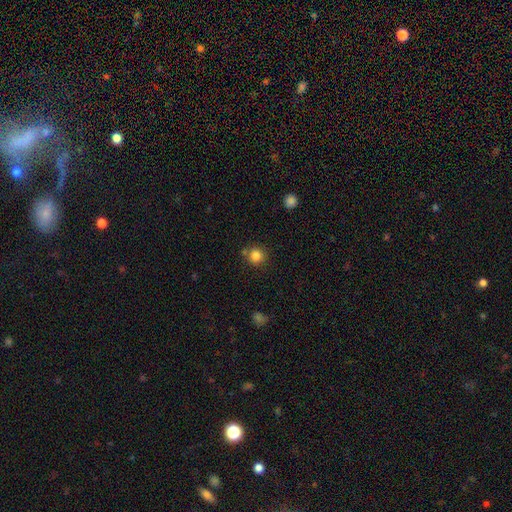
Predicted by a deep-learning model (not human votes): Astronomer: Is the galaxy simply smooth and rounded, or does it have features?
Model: smooth — 83%.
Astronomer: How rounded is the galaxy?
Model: round — 91%.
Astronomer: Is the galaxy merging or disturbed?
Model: none — 78%.